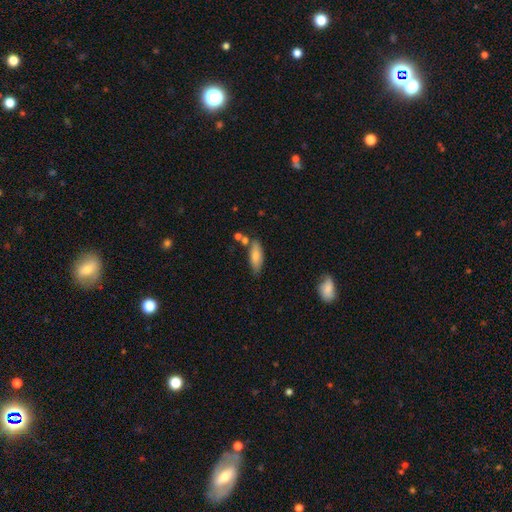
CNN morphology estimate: type=smooth (76%); roundness=in between (67%); merging=none (68%).